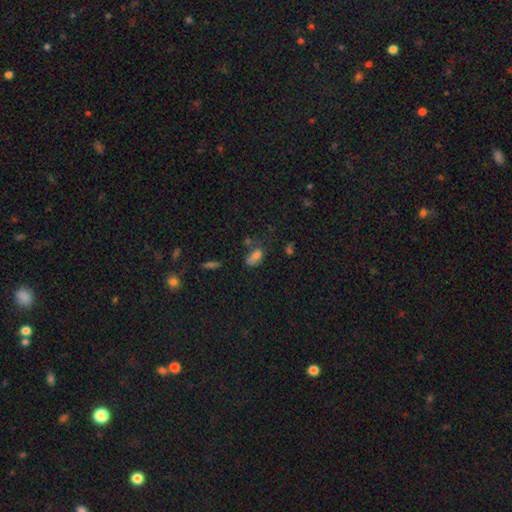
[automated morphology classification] Smooth or featured? Predicted: smooth (p=0.69). How rounded? Predicted: in between (p=0.83). Merging? Predicted: none (p=0.39).